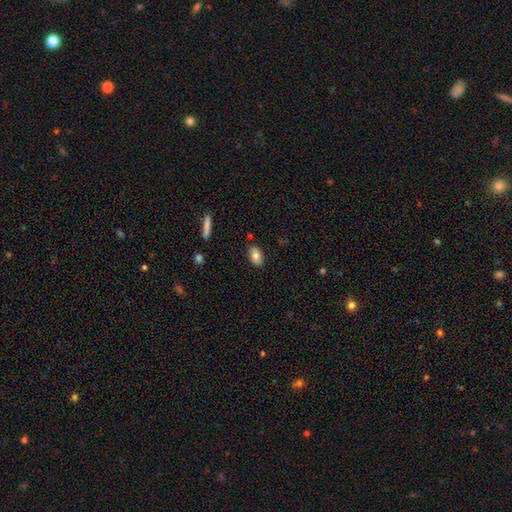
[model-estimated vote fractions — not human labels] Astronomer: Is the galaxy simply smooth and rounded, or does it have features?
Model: smooth — 77%.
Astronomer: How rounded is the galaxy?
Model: in between — 90%.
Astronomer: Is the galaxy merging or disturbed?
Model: none — 85%.